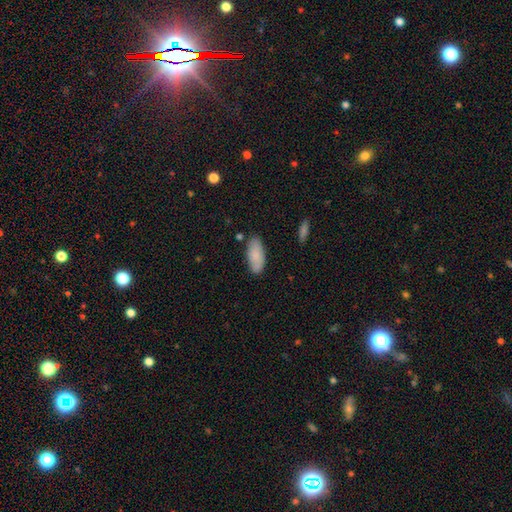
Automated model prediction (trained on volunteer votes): Overall: smooth (85%). How rounded: in between (88%). Merging: none (81%).